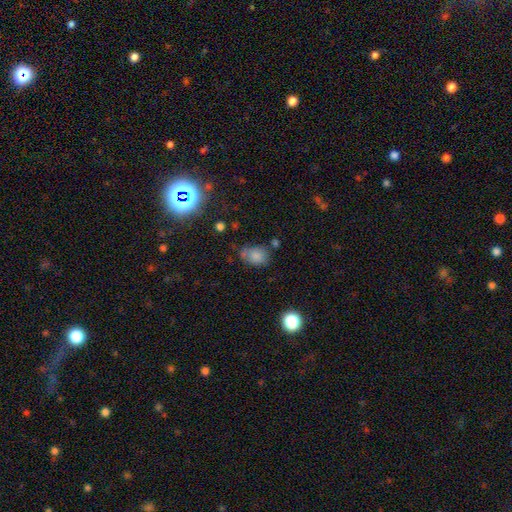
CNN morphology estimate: A smooth galaxy with no disk features (78%) that is in between round and cigar-shaped (61%).

Vote fractions:
- Smooth or featured? smooth: 78% / star or artifact: 13% / featured or disk: 9%
- How rounded? in between: 61% / round: 37% / cigar-shaped: 1%
- Merging? none: 55% / minor disturbance: 25% / merger: 11% / major disturbance: 8%